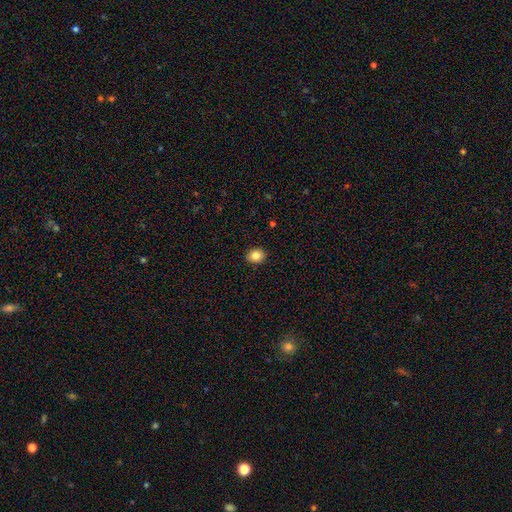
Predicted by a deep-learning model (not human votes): Overall: smooth (84%). How rounded: round (57%; in between 42%). Merging: none (90%).